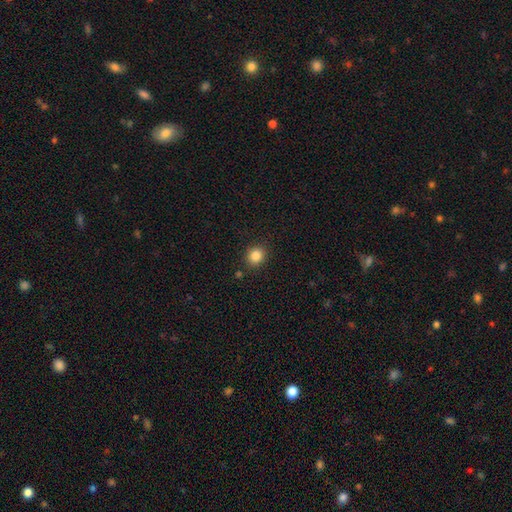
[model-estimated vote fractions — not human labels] Overall: smooth (85%). How rounded: round (78%). Merging: none (87%).